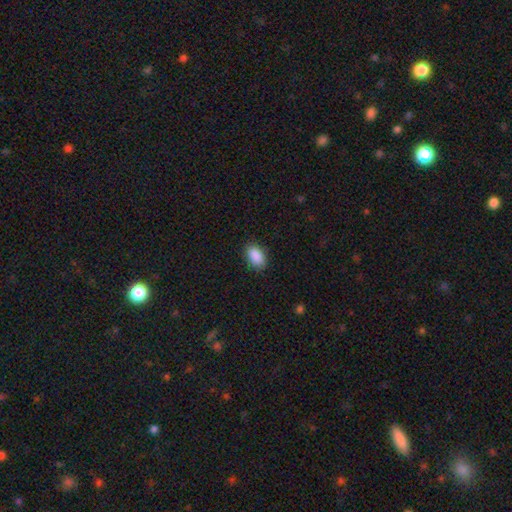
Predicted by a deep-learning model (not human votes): Smooth or featured?
  - smooth: 90% *
  - star or artifact: 7%
  - featured or disk: 3%
How rounded?
  - in between: 91% *
  - round: 7%
  - cigar-shaped: 2%
Merging?
  - none: 85% *
  - minor disturbance: 11%
  - major disturbance: 3%
  - merger: 1%